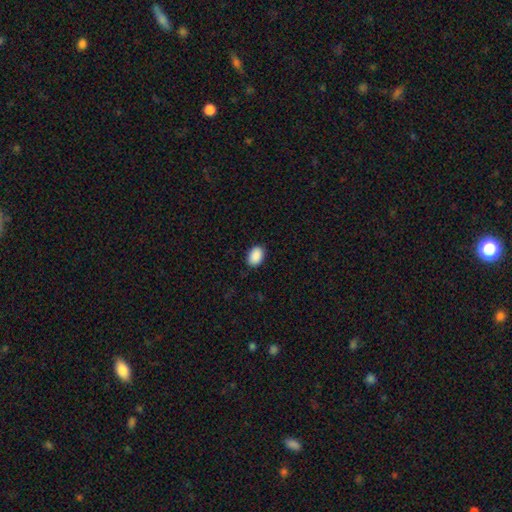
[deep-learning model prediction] Smooth or featured?
  - smooth: 91% *
  - star or artifact: 7%
  - featured or disk: 2%
How rounded?
  - in between: 85% *
  - round: 14%
  - cigar-shaped: 1%
Merging?
  - none: 88% *
  - minor disturbance: 9%
  - major disturbance: 2%
  - merger: 1%